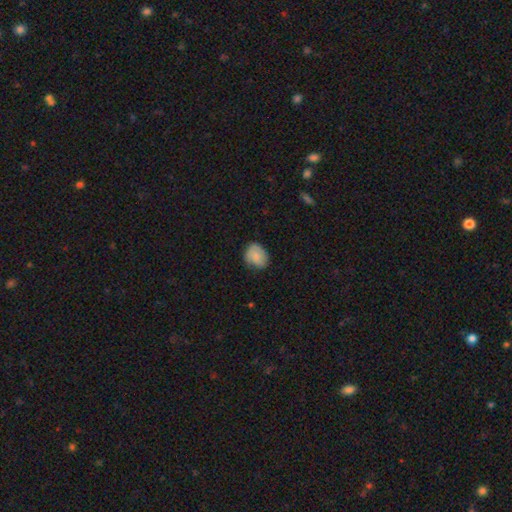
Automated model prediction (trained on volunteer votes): Smooth or featured? Predicted: smooth (p=0.76). How rounded? Predicted: round (p=0.51). Merging? Predicted: none (p=0.65).